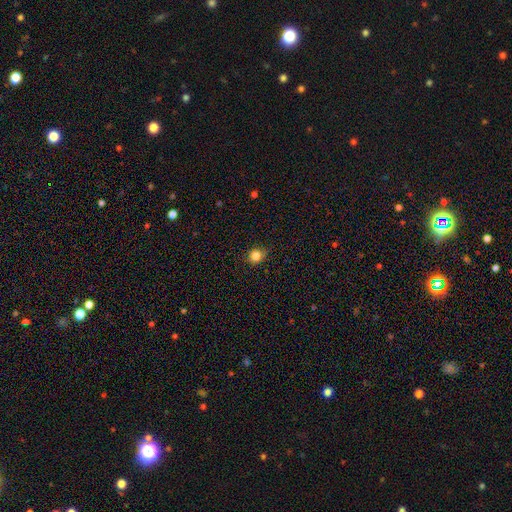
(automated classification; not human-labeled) Smooth or featured? smooth (83%)
How rounded? round (82%)
Merging? none (84%)